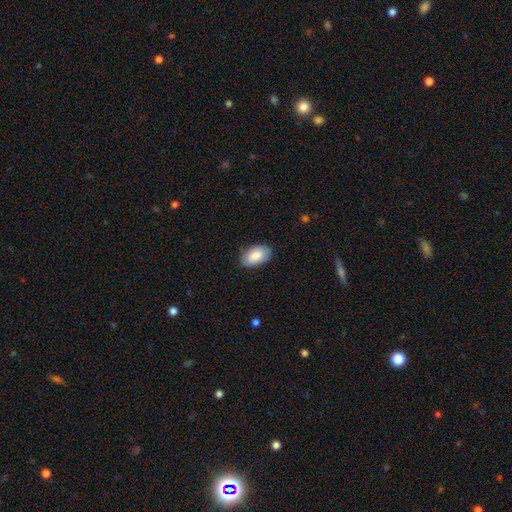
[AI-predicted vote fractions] Smooth or featured: smooth — 83% (featured or disk — 12%)
How rounded: in between — 94% (round — 4%)
Merging: none — 83% (minor disturbance — 13%)